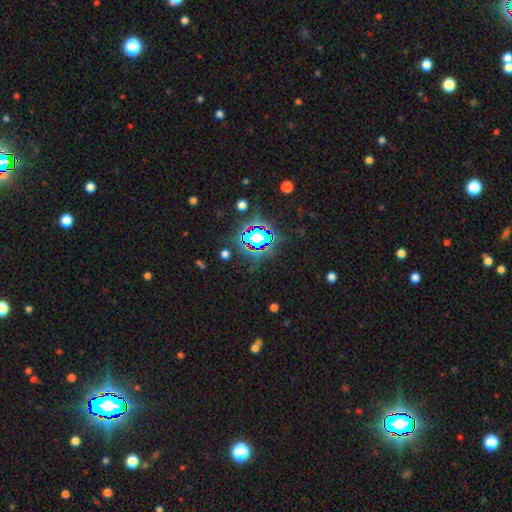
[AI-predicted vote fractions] A star or artifact, not a galaxy (83%).